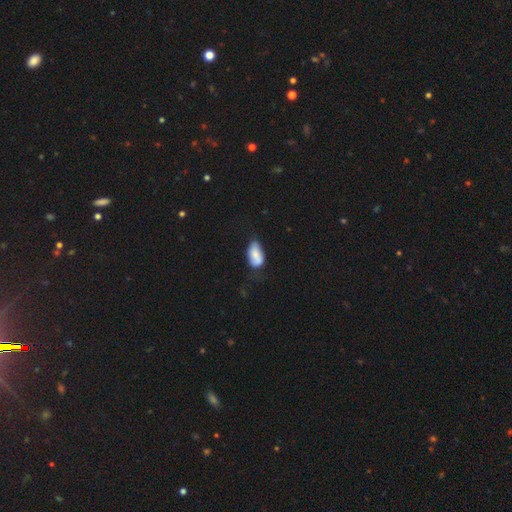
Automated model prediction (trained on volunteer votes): Smooth or featured? smooth (75%)
How rounded? in between (92%)
Merging? none (47%)